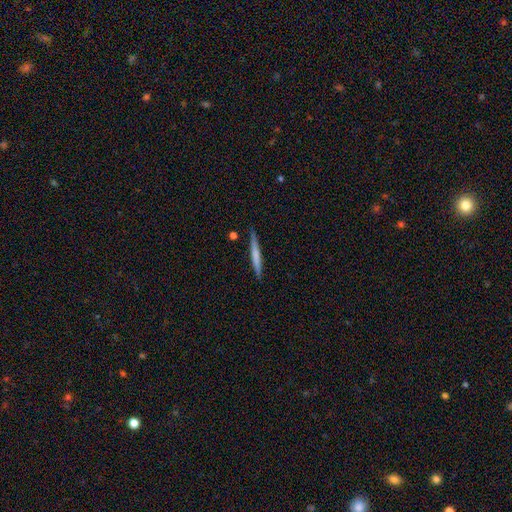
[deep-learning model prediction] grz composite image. It shows a smooth galaxy with no disk features (57%) that is cigar-shaped (96%). Merging: none (88%).